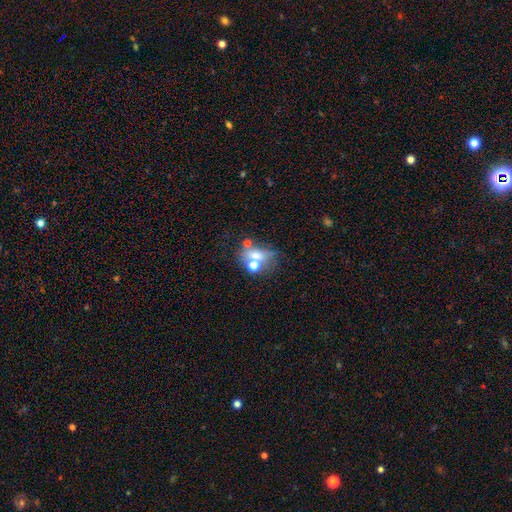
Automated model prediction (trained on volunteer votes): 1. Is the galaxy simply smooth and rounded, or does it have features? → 51% smooth, 28% featured or disk, 21% star or artifact.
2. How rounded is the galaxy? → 58% in between, 39% round, 4% cigar-shaped.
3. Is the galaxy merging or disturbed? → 40% none, 36% merger, 13% minor disturbance, 11% major disturbance.